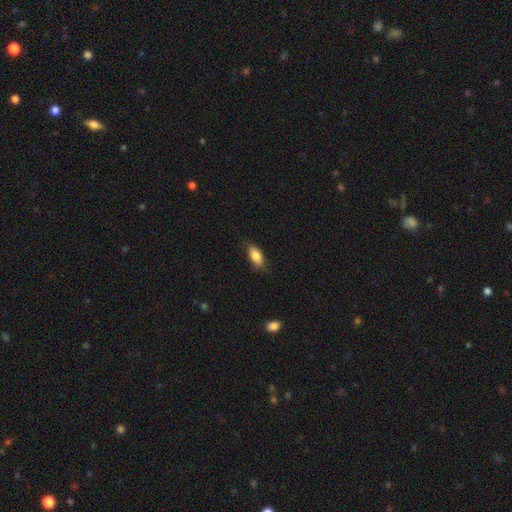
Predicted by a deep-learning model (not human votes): smooth_or_featured: smooth (p=0.83) [alt: featured or disk p=0.10]
how_rounded: in between (p=0.87) [alt: cigar-shaped p=0.09]
merging: none (p=0.77) [alt: minor disturbance p=0.19]